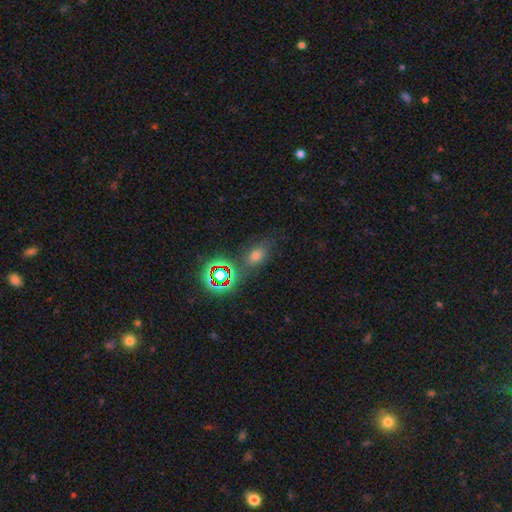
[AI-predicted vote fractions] smooth_or_featured: smooth (p=0.54) [alt: star or artifact p=0.34]
how_rounded: in between (p=0.74) [alt: round p=0.22]
merging: none (p=0.72) [alt: minor disturbance p=0.16]